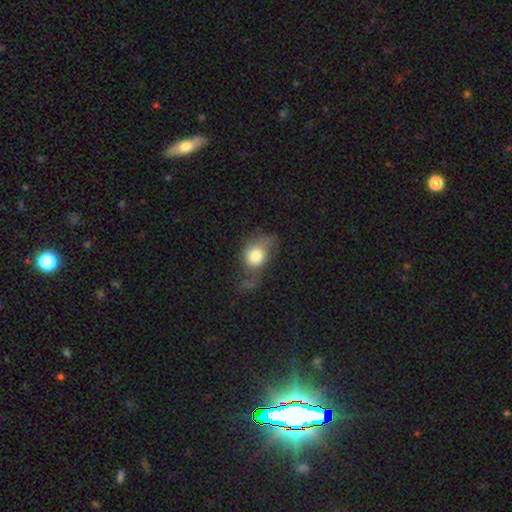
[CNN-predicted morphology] A smooth galaxy with no disk features (68%) that is in between round and cigar-shaped (58%). Merging: major disturbance (38%).